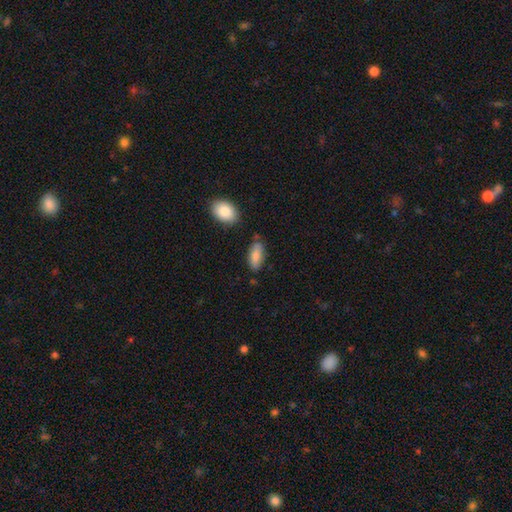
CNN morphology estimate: This is clearly a smooth galaxy (82%). How rounded: likely in between (77%). Merging: likely none (74%).